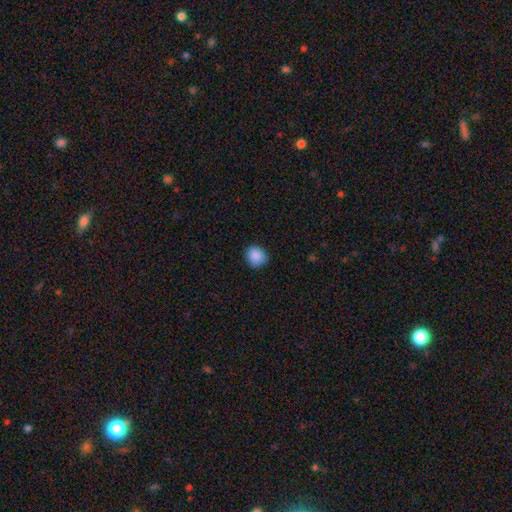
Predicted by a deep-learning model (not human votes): smooth_or_featured: smooth (p=0.88) [alt: star or artifact p=0.08]
how_rounded: round (p=0.75) [alt: in between p=0.24]
merging: none (p=0.81) [alt: minor disturbance p=0.16]